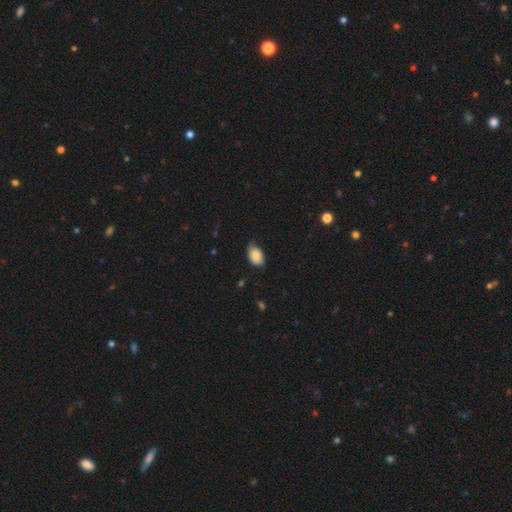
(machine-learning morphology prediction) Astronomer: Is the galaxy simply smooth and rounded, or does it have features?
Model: smooth — 84%.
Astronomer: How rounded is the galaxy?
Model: in between — 89%.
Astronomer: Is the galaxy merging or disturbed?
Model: none — 56% (runner-up: minor disturbance, 36%).